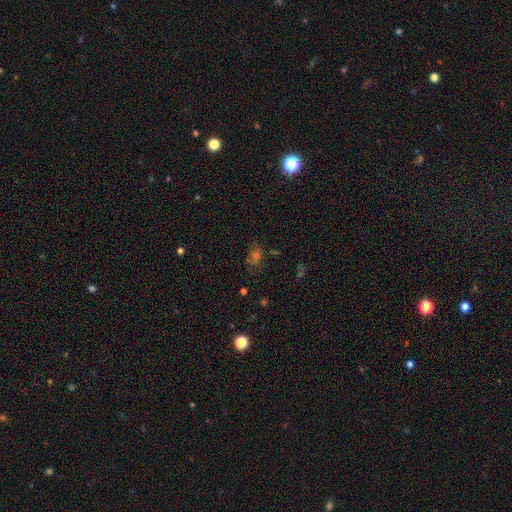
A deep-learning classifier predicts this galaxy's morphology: Overall: smooth (45%; star or artifact 39%). Merging: none (72%).